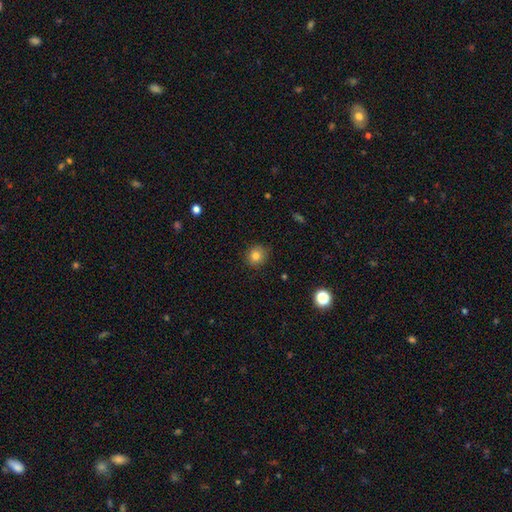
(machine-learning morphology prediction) The model was most divided on "smooth or featured": smooth: 81%, star or artifact: 12%, featured or disk: 8%. More confident: merging — none (87%); how rounded — round (86%).